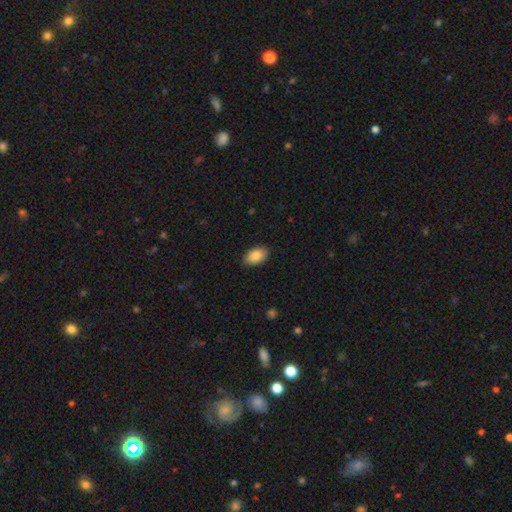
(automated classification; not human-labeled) Smooth or featured?
  - smooth: 87% *
  - star or artifact: 7%
  - featured or disk: 6%
How rounded?
  - in between: 91% *
  - round: 7%
  - cigar-shaped: 1%
Merging?
  - none: 88% *
  - minor disturbance: 9%
  - major disturbance: 2%
  - merger: 1%